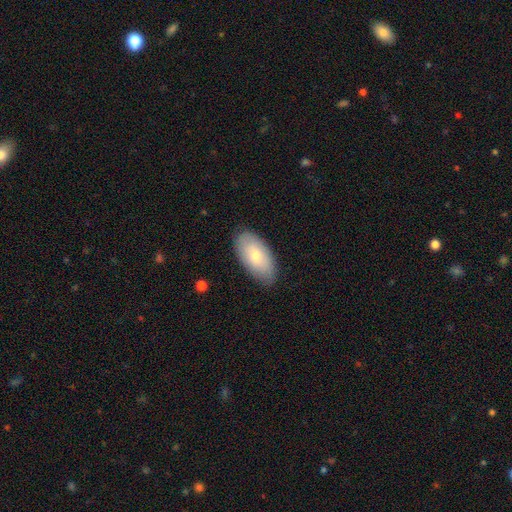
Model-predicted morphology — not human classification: type=smooth (73%); roundness=in between (94%); merging=none (83%).